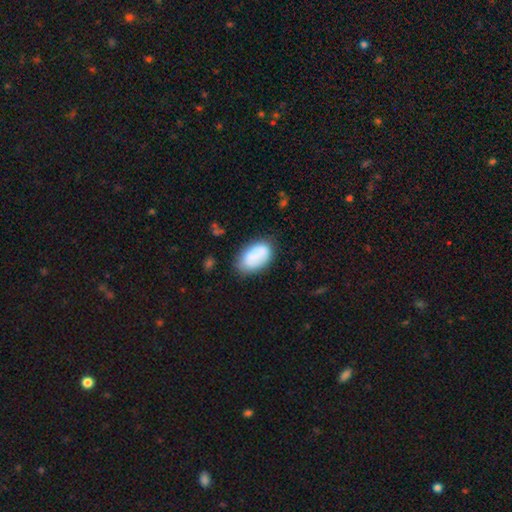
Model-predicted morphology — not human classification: smooth 78%, featured or disk 15%, star or artifact 7%. Down the decision tree: how rounded — in between (92%); merging — none (72%).